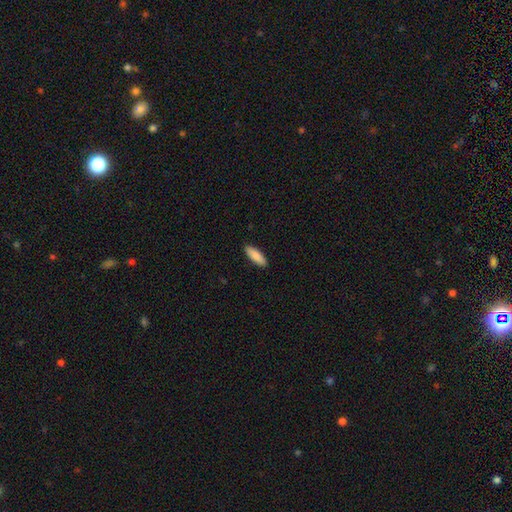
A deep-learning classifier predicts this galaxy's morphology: Smooth or featured? Predicted: smooth (p=0.88). How rounded? Predicted: in between (p=0.55). Merging? Predicted: none (p=0.91).